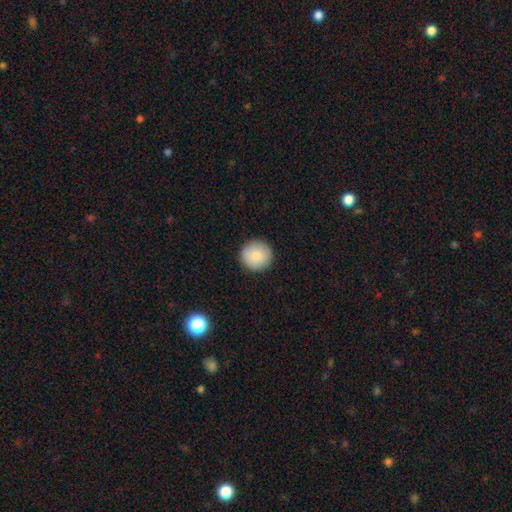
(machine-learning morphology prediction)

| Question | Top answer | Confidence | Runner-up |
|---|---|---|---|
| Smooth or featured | smooth | 86% | star or artifact (7%) |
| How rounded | round | 95% | in between (4%) |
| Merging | none | 92% | minor disturbance (6%) |